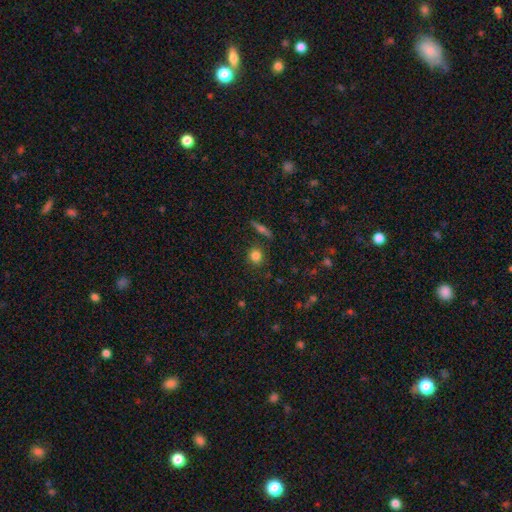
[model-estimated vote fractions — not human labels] Smooth or featured: smooth — 81% (star or artifact — 11%)
How rounded: round — 84% (in between — 14%)
Merging: none — 82% (minor disturbance — 10%)